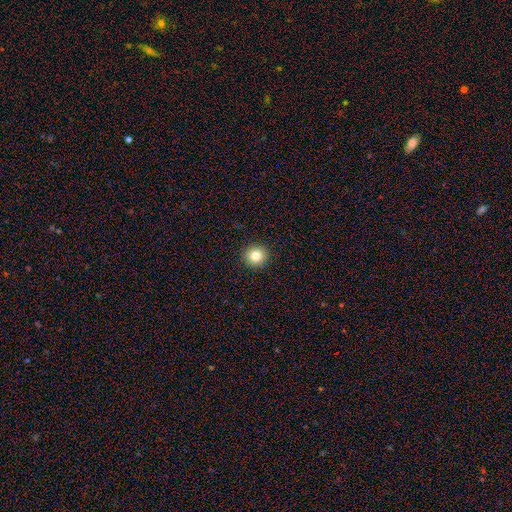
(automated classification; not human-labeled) smooth 82%, star or artifact 11%, featured or disk 7%. Down the decision tree: how rounded — round (92%); merging — none (93%).